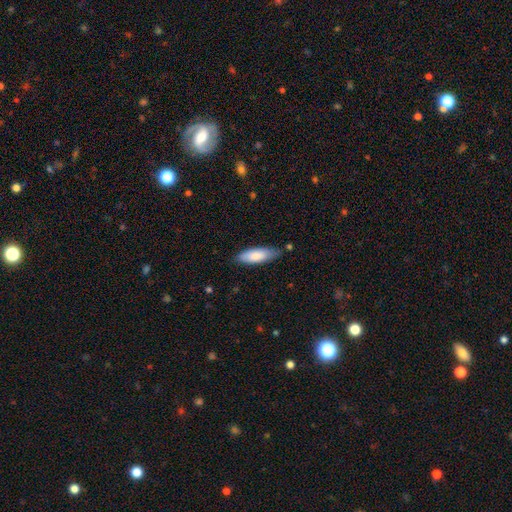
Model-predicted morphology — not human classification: smooth 83%, featured or disk 11%, star or artifact 5%. Down the decision tree: how rounded — in between (59%); merging — none (75%).